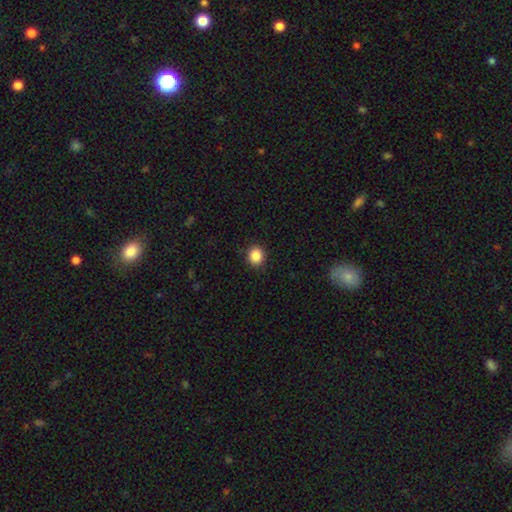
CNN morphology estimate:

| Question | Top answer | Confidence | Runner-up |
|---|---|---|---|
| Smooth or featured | smooth | 87% | star or artifact (10%) |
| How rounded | round | 82% | in between (17%) |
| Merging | none | 90% | minor disturbance (7%) |